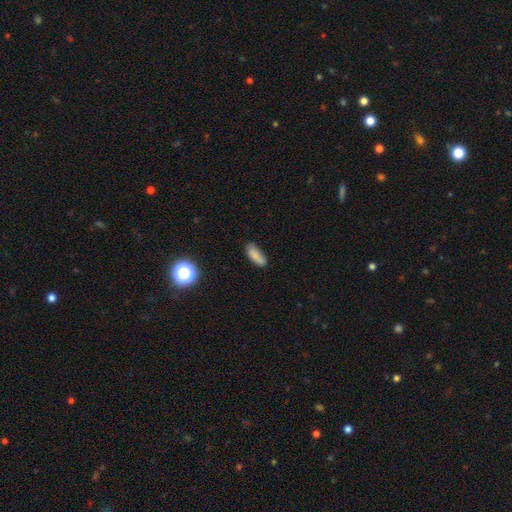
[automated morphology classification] Smooth or featured?
  - smooth: 83% *
  - star or artifact: 10%
  - featured or disk: 7%
How rounded?
  - in between: 68% *
  - cigar-shaped: 30%
  - round: 3%
Merging?
  - none: 73% *
  - minor disturbance: 20%
  - major disturbance: 4%
  - merger: 2%